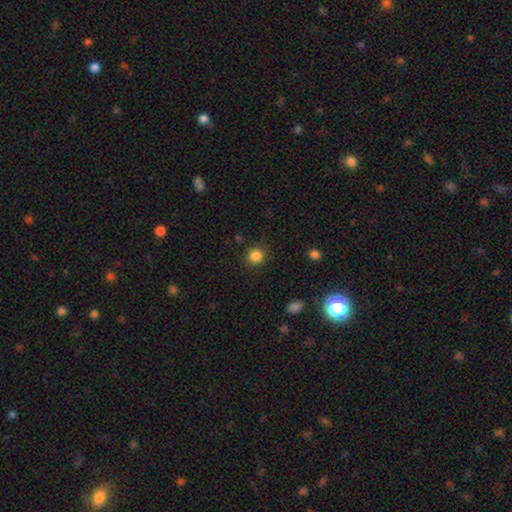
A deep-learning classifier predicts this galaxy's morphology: Smooth or featured? Predicted: smooth (p=0.85). How rounded? Predicted: round (p=0.93). Merging? Predicted: none (p=0.88).